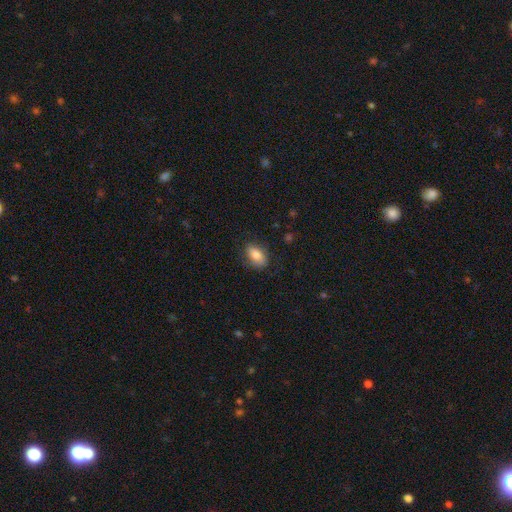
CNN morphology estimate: A smooth galaxy with no disk features (81%) that is in between round and cigar-shaped (88%).

Vote fractions:
- Smooth or featured? smooth: 81% / featured or disk: 10% / star or artifact: 8%
- How rounded? in between: 88% / round: 8% / cigar-shaped: 3%
- Merging? none: 83% / minor disturbance: 13% / major disturbance: 3% / merger: 1%